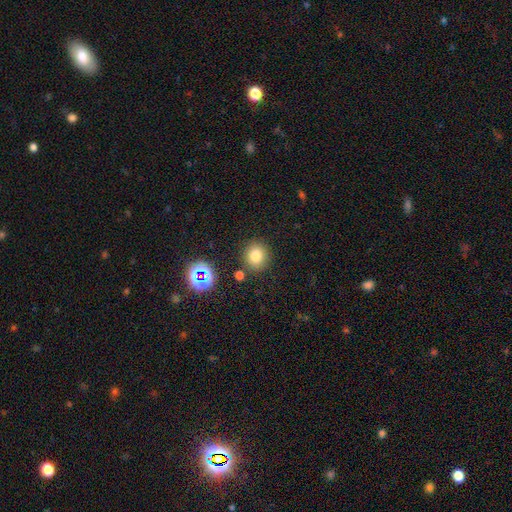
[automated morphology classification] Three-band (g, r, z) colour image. It shows a smooth galaxy with no disk features (77%) that is round (82%). Merging: none (84%).